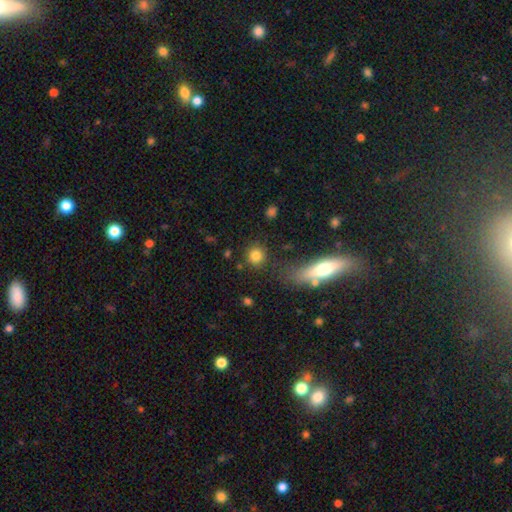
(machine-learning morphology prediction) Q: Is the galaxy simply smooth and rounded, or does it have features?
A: smooth — 82%.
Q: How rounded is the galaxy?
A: round — 89%.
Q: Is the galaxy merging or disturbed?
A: none — 82%.